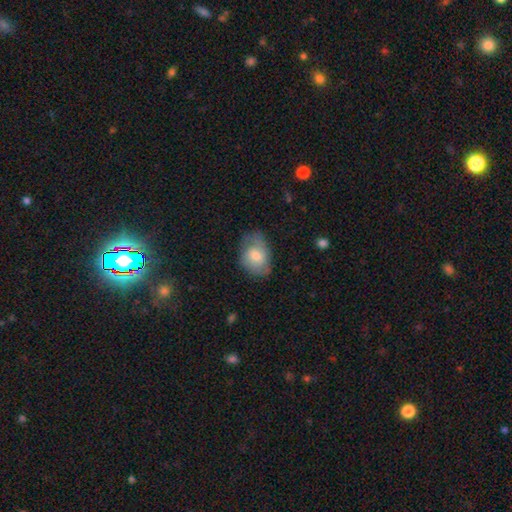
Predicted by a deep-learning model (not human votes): Smooth or featured?
  - smooth: 65% *
  - featured or disk: 28%
  - star or artifact: 7%
How rounded?
  - in between: 74% *
  - round: 25%
  - cigar-shaped: 1%
Merging?
  - none: 55% *
  - minor disturbance: 32%
  - major disturbance: 11%
  - merger: 2%